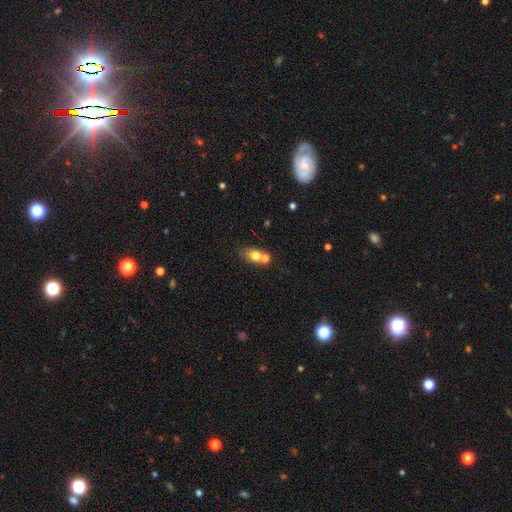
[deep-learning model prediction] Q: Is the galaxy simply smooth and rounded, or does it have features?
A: smooth — 74%.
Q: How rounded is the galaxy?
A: in between — 58%.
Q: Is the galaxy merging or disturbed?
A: merger — 45%.